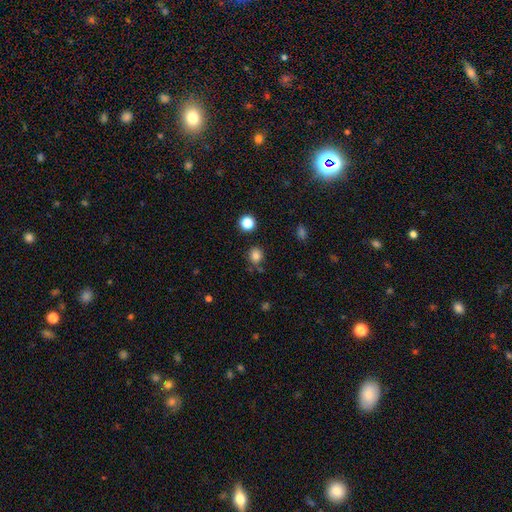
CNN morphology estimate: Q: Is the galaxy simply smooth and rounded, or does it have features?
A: smooth — 82%.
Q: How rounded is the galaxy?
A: round — 79%.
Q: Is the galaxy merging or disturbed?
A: none — 79%.